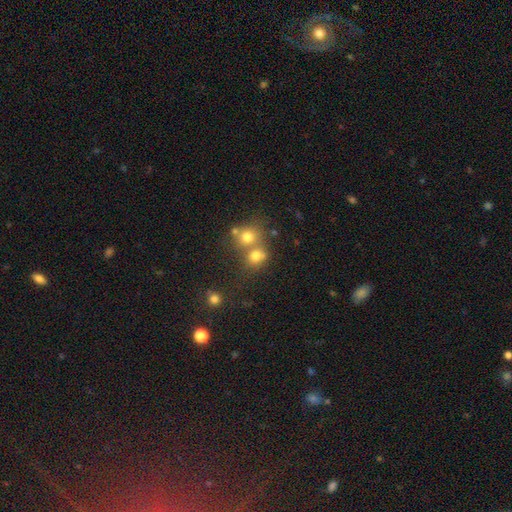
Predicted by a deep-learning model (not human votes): This appears to be a smooth galaxy with no disk features (72%) that is round (77%). Merging: merger (44%, tied with none).